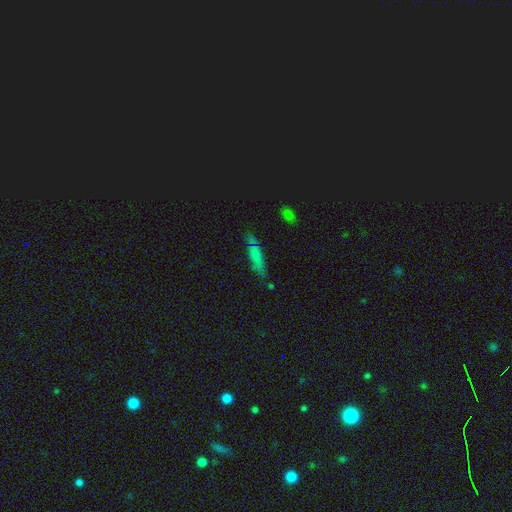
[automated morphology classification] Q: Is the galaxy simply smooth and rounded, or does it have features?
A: smooth — 66%.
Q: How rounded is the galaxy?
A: cigar-shaped — 74%.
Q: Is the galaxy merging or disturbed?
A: none — 67%.